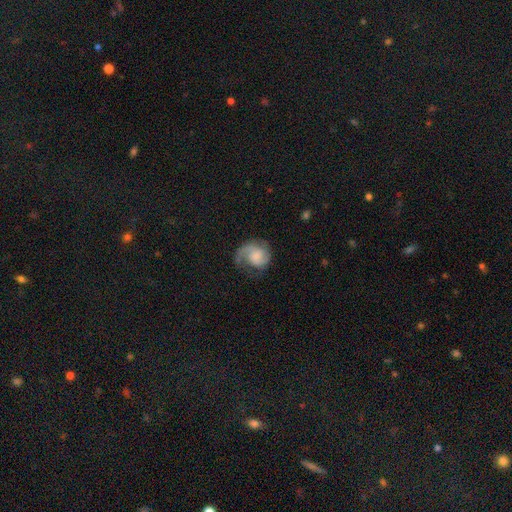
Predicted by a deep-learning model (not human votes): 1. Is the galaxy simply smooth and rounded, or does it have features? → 72% featured or disk, 21% smooth, 6% star or artifact.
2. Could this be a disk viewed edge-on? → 98% no, 2% yes.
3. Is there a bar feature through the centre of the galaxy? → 62% no, 33% weak, 5% strong.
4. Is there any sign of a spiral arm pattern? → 95% yes, 5% no.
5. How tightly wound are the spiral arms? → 46% medium, 29% tight, 25% loose.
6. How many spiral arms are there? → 59% 2, 30% 1, 6% can't tell, 3% 3, 1% 4, 1% more than 4.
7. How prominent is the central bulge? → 33% none, 27% small, 23% moderate, 14% large, 3% dominant.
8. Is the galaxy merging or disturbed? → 57% none, 22% minor disturbance, 19% major disturbance, 2% merger.